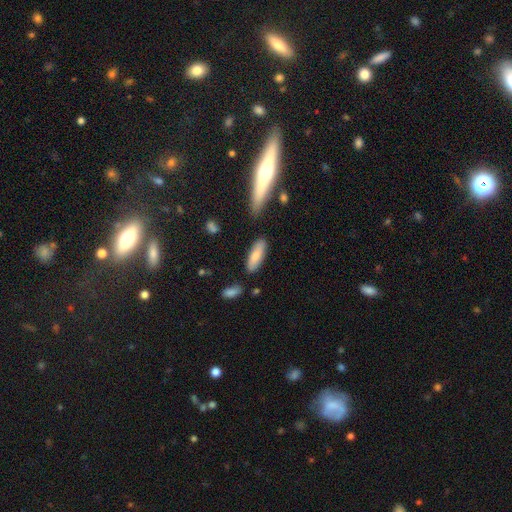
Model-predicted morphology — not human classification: Overall: smooth (75%). How rounded: in between (58%; cigar-shaped 40%). Merging: none (80%).